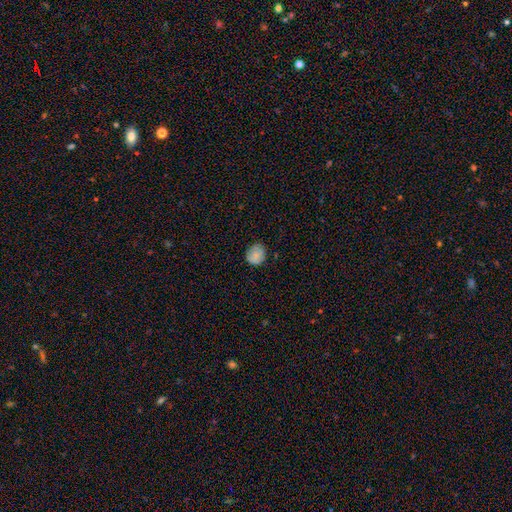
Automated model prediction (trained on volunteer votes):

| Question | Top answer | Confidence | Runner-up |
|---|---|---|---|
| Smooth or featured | smooth | 81% | featured or disk (10%) |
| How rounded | round | 75% | in between (25%) |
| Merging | none | 78% | minor disturbance (18%) |